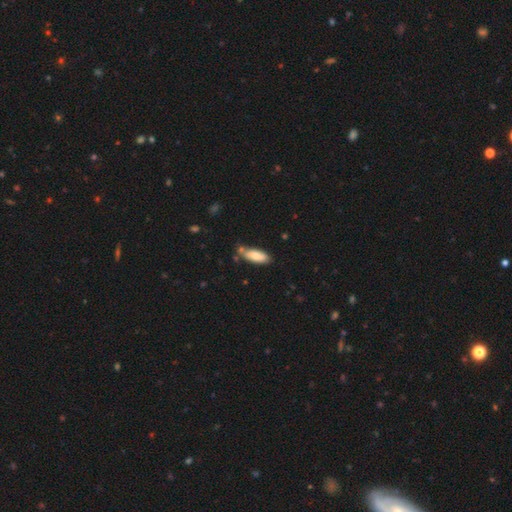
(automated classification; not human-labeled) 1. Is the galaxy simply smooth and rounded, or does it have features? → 79% smooth, 15% featured or disk, 6% star or artifact.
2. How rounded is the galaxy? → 74% in between, 24% cigar-shaped, 2% round.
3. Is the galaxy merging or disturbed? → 67% none, 19% minor disturbance, 10% merger, 4% major disturbance.